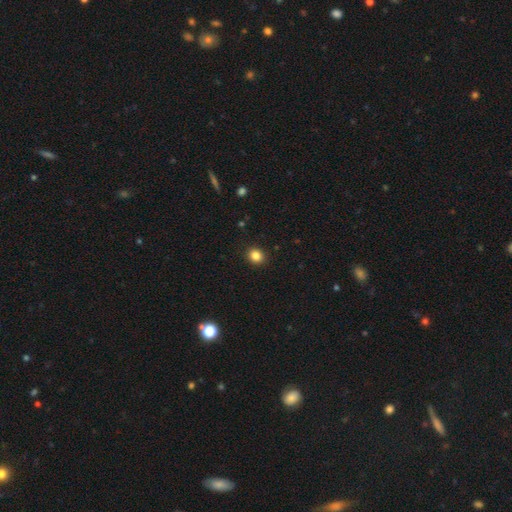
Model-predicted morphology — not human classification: Smooth or featured? Predicted: smooth (p=0.85). How rounded? Predicted: round (p=0.76). Merging? Predicted: none (p=0.91).